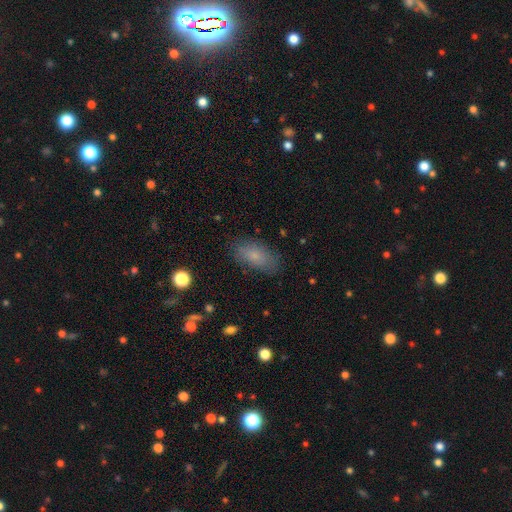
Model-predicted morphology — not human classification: Smooth or featured?
  - smooth: 77% *
  - featured or disk: 14%
  - star or artifact: 9%
How rounded?
  - in between: 88% *
  - cigar-shaped: 7%
  - round: 4%
Merging?
  - none: 80% *
  - minor disturbance: 14%
  - major disturbance: 4%
  - merger: 1%